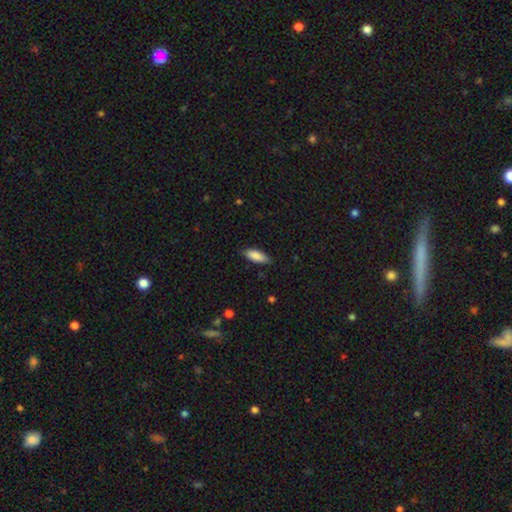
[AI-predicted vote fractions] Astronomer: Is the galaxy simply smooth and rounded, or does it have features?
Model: smooth — 87%.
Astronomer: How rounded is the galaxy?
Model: in between — 73%.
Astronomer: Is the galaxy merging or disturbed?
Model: none — 80%.